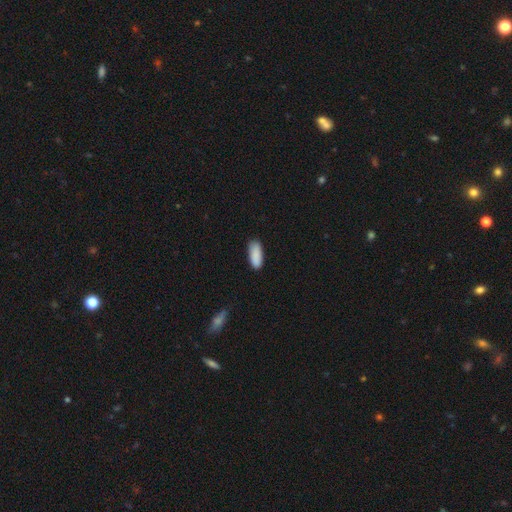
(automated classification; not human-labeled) Overall: smooth (89%). How rounded: in between (80%). Merging: none (78%).